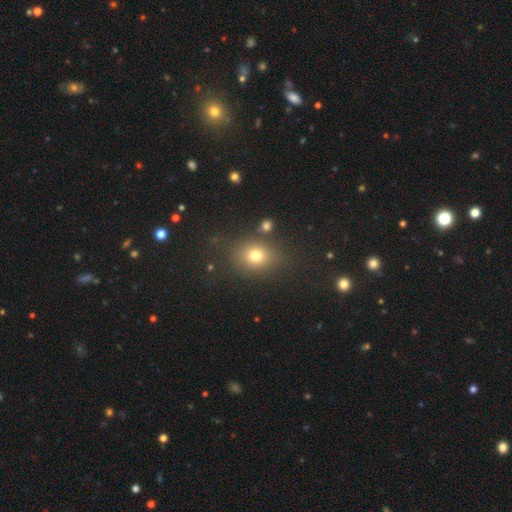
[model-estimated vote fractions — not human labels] A smooth galaxy with no disk features (75%) that is round (56%). Merging: none (76%).